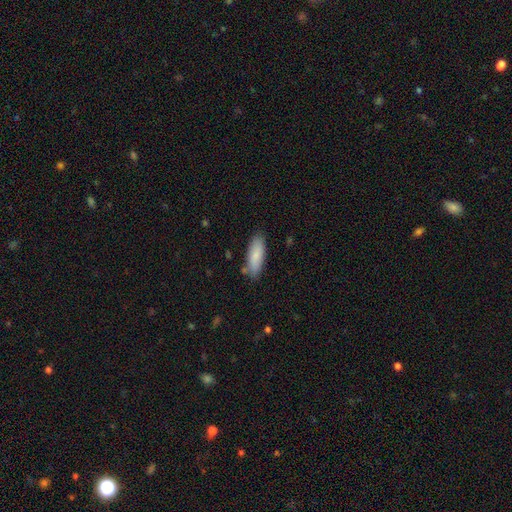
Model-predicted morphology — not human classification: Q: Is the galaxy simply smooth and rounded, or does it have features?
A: smooth — 84%.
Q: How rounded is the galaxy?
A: in between — 65%.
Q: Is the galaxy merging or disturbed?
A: none — 79%.